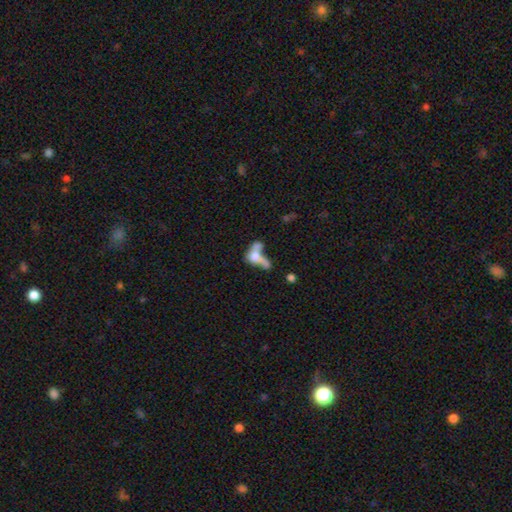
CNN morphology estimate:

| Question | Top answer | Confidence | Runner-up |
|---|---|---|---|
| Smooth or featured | smooth | 52% | featured or disk (36%) |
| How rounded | in between | 65% | round (18%) |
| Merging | merger | 55% | major disturbance (22%) |